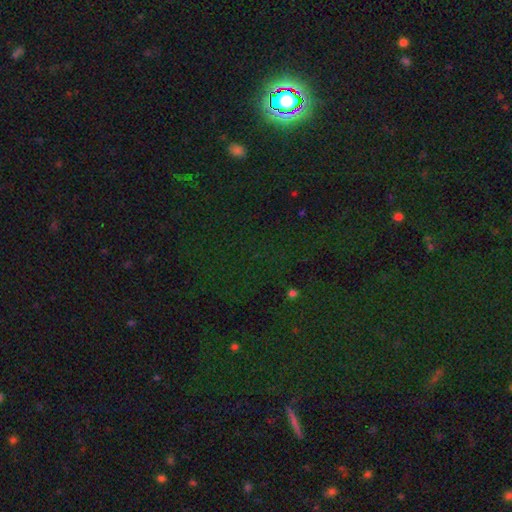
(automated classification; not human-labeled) Q: Smooth or featured?
A: star or artifact (80%); runner-up: smooth (13%)